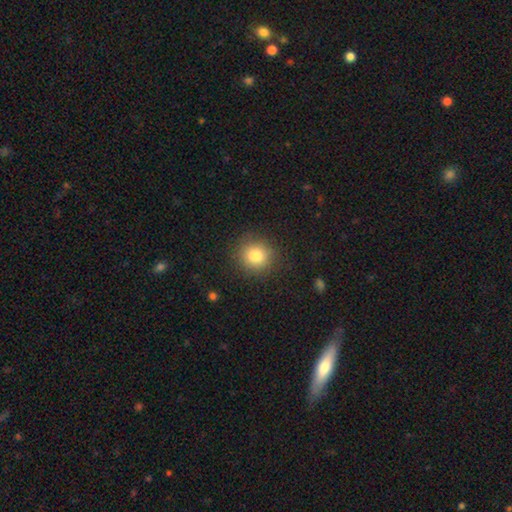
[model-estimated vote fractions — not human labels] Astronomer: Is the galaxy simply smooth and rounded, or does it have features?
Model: smooth — 82%.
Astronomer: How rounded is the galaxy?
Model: round — 89%.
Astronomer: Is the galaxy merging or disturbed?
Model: none — 88%.